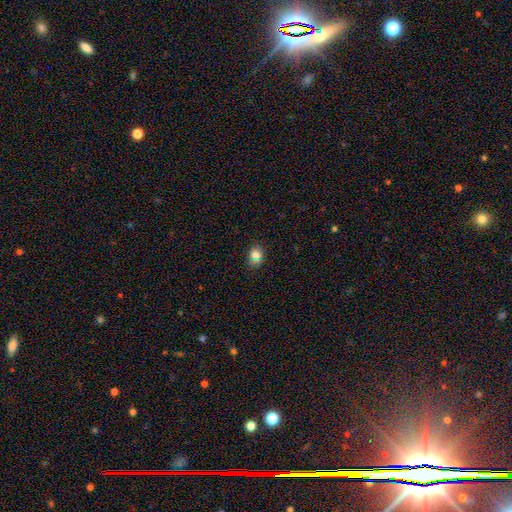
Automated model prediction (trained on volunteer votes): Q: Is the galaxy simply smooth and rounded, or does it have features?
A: smooth — 79%.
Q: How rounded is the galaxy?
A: round — 53%.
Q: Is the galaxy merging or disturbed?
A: none — 78%.